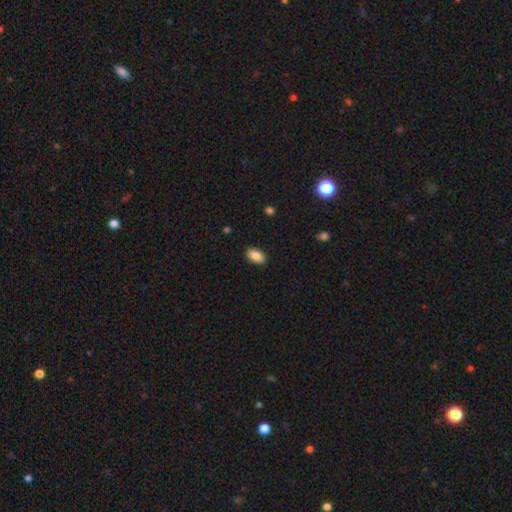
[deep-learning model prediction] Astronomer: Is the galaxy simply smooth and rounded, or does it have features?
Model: smooth — 86%.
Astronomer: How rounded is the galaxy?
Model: in between — 92%.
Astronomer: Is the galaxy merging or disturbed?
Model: none — 89%.